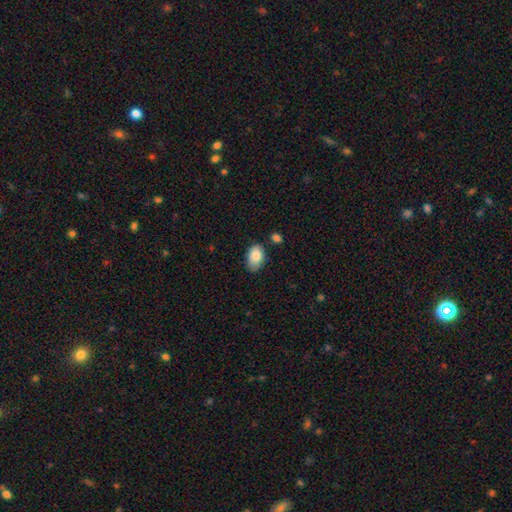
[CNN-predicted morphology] type=smooth (86%); roundness=in between (90%); merging=none (67%).